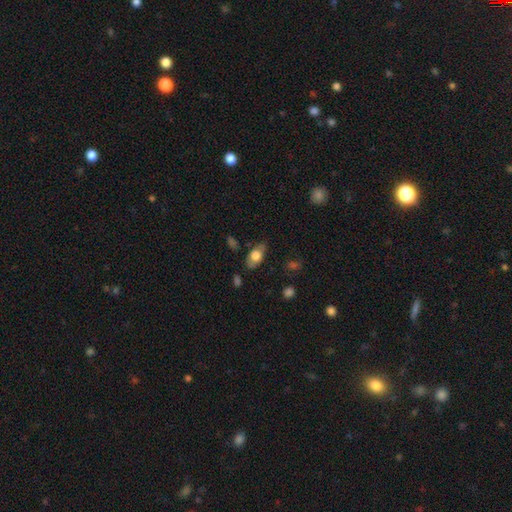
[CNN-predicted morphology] smooth 67%, featured or disk 26%, star or artifact 7%. Down the decision tree: how rounded — in between (89%); merging — none (76%).